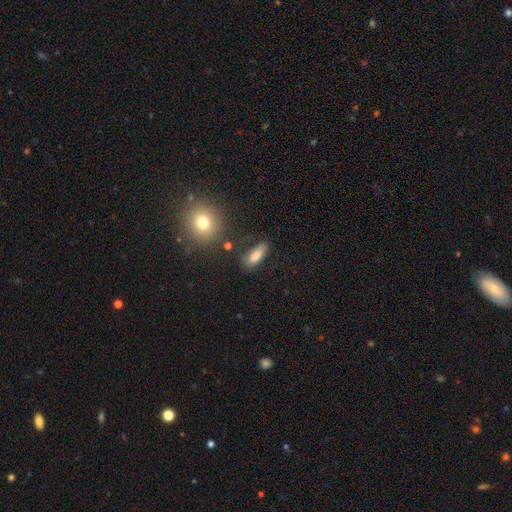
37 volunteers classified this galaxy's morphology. Smooth or featured: smooth — 78% (featured or disk — 19%)
How rounded: in between — 90% (cigar-shaped — 7%)
Merging: none — 58% (minor disturbance — 33%)